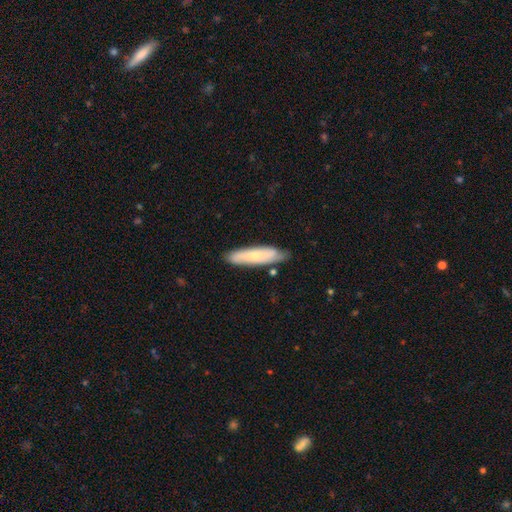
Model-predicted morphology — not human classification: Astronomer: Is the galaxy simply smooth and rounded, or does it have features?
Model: smooth — 64%.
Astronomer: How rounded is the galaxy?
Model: cigar-shaped — 73%.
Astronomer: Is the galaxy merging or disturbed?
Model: none — 80%.